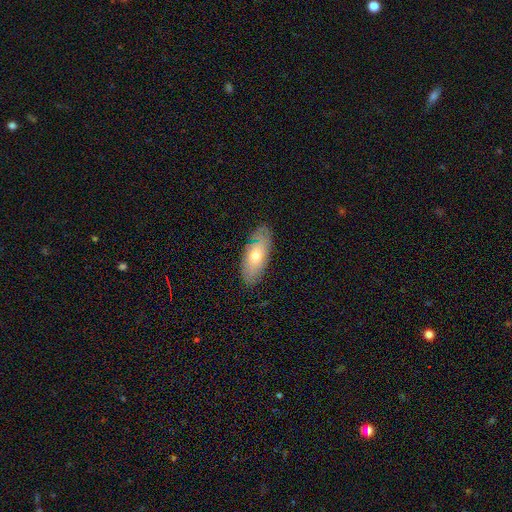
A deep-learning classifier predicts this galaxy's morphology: smooth-or-featured: smooth: 58% | featured or disk: 35% | star or artifact: 7%
  how-rounded: in between: 83% | cigar-shaped: 14% | round: 3%
  merging: none: 84% | minor disturbance: 12% | major disturbance: 3% | merger: 1%